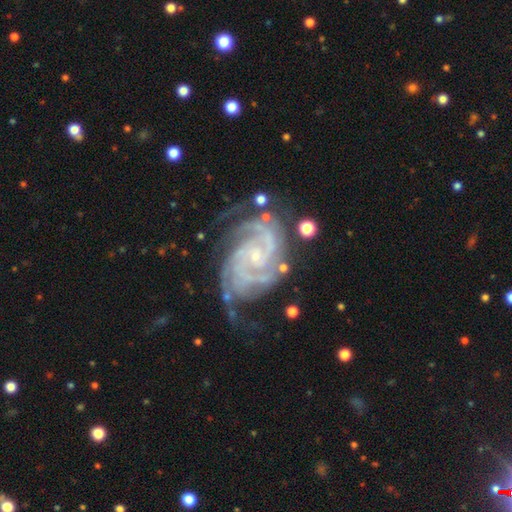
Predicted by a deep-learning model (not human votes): Smooth or featured: featured or disk — 92% (star or artifact — 5%)
Edge-on disk: no — 98% (yes — 2%)
Bar: no — 65% (weak — 26%)
Spiral arms: yes — 99% (no — 1%)
Spiral winding: tight — 69% (medium — 28%)
Spiral arm count: 2 — 28% (3 — 27%)
Bulge size: small — 82% (moderate — 12%)
Merging: none — 62% (minor disturbance — 23%)